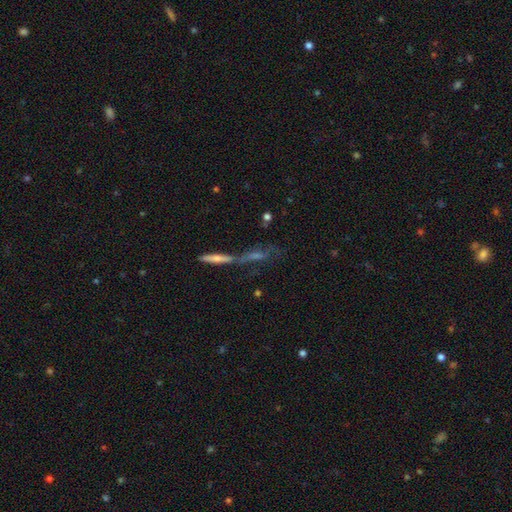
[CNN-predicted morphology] Smooth or featured? featured or disk (51%)
Edge-on disk? yes (55%)
Merging? merger (50%)